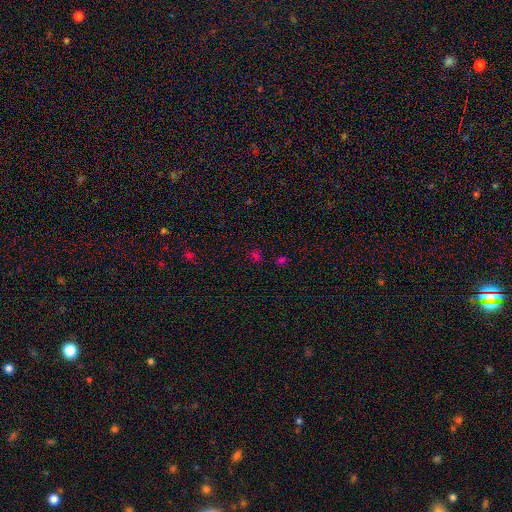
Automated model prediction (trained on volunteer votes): Smooth or featured?
  - smooth: 48% *
  - star or artifact: 45%
  - featured or disk: 7%
Merging?
  - none: 75% *
  - minor disturbance: 13%
  - merger: 6%
  - major disturbance: 5%